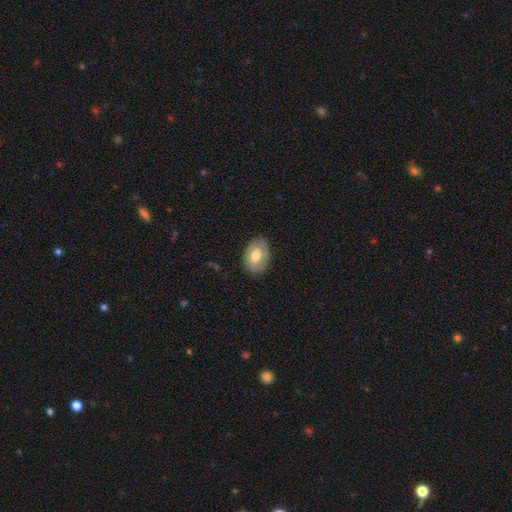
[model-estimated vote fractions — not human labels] Overall: smooth (59%; featured or disk 34%). How rounded: in between (82%). Merging: none (78%).